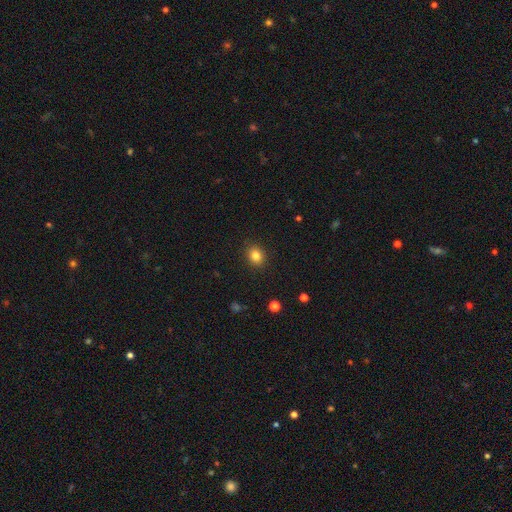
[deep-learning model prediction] The model was most divided on "how rounded": round: 61%, in between: 38%, cigar-shaped: 1%. More confident: merging — none (89%); smooth or featured — smooth (83%).